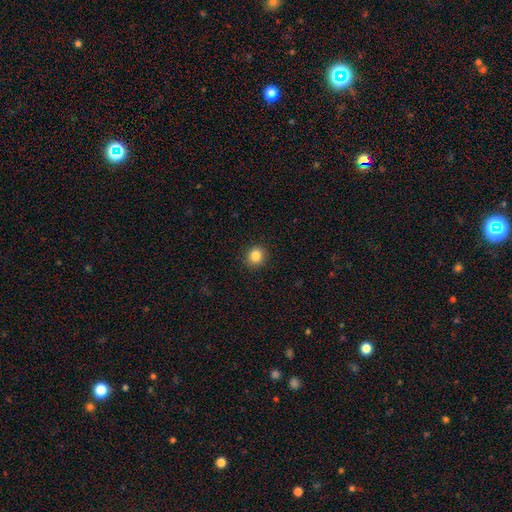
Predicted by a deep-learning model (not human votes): Q: Smooth or featured?
A: smooth (85%); runner-up: star or artifact (11%)
Q: How rounded?
A: round (87%); runner-up: in between (12%)
Q: Merging?
A: none (91%); runner-up: minor disturbance (6%)